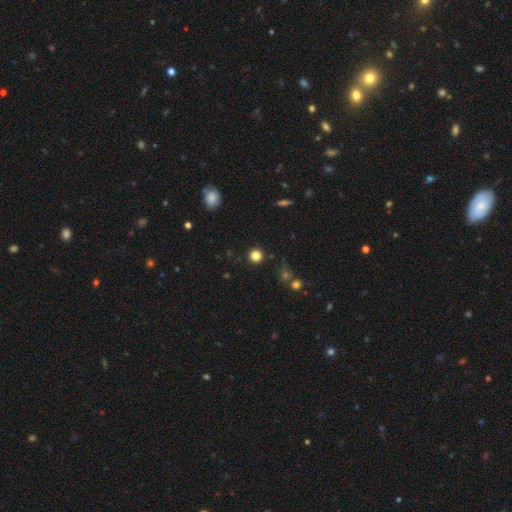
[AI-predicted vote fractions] smooth 81%, star or artifact 14%, featured or disk 4%. Down the decision tree: how rounded — round (94%); merging — none (89%).